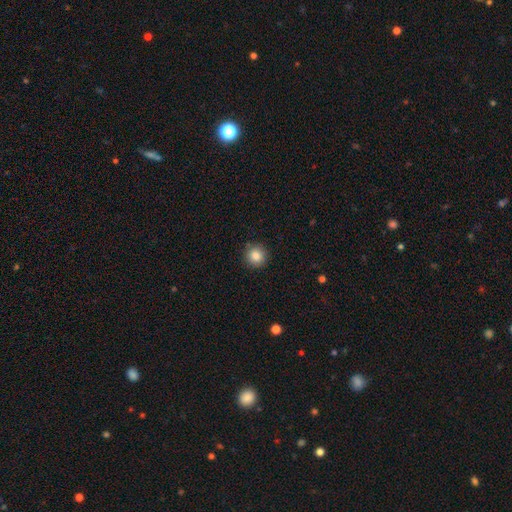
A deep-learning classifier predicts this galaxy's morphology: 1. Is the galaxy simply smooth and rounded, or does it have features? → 85% smooth, 9% star or artifact, 5% featured or disk.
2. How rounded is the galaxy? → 94% round, 5% in between, 1% cigar-shaped.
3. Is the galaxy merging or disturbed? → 90% none, 7% minor disturbance, 2% major disturbance, 1% merger.